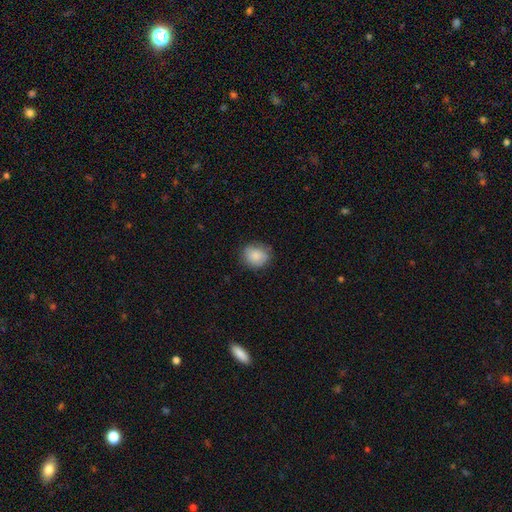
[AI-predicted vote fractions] A smooth galaxy with no disk features (84%) that is round (72%). Merging: none (77%).